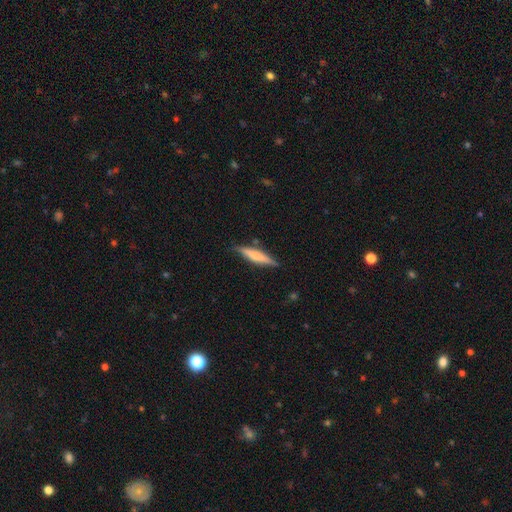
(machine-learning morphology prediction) Overall: smooth (53%; featured or disk 41%). How rounded: cigar-shaped (85%). Merging: none (83%).